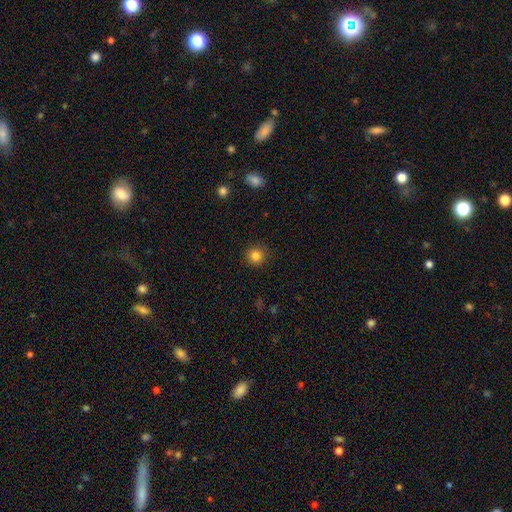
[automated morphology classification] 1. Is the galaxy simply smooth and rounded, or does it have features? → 83% smooth, 12% star or artifact, 5% featured or disk.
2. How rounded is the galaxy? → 94% round, 5% in between, 1% cigar-shaped.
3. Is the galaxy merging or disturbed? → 90% none, 6% minor disturbance, 2% major disturbance, 1% merger.